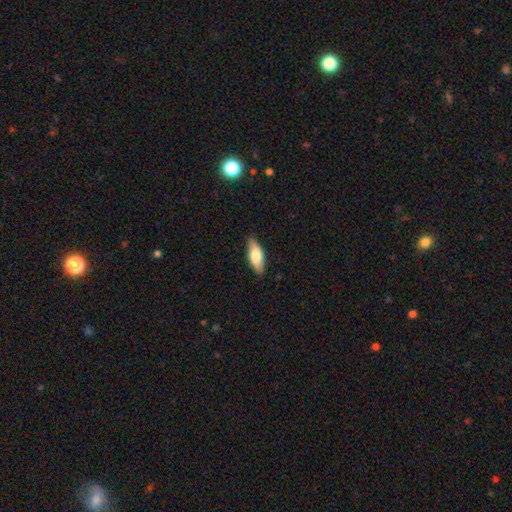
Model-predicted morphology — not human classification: Smooth or featured? Predicted: smooth (p=0.67). How rounded? Predicted: in between (p=0.75). Merging? Predicted: none (p=0.86).